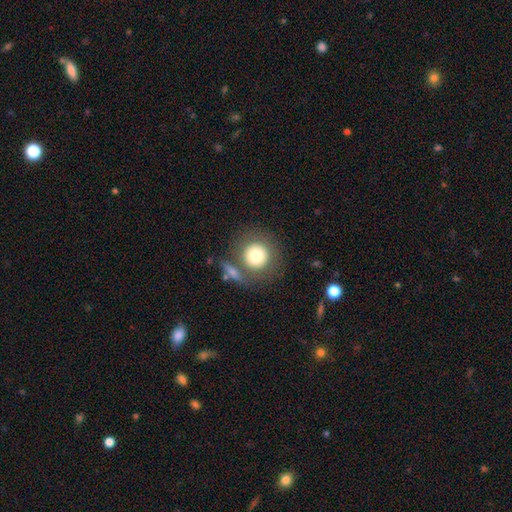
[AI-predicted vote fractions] Overall: smooth (75%). How rounded: round (94%). Merging: none (73%).